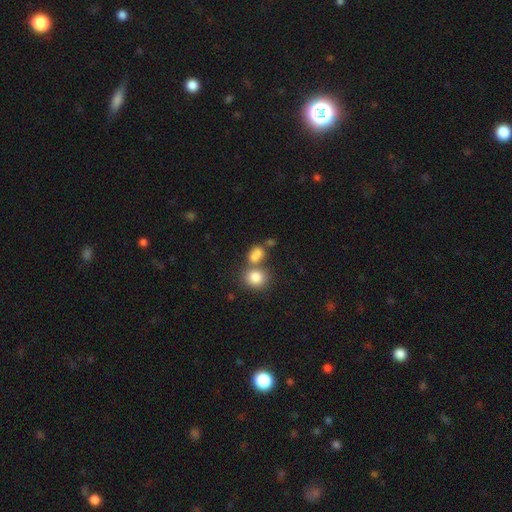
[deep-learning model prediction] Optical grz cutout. It shows a smooth galaxy with no disk features (79%) that is in between round and cigar-shaped (54%). Merging: merger (46%).